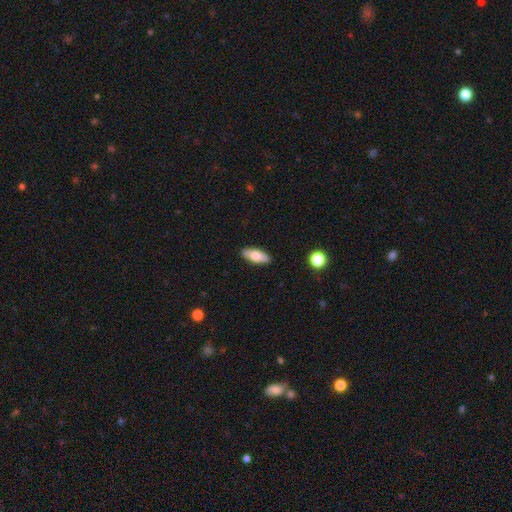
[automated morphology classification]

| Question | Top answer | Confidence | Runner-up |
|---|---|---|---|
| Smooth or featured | smooth | 72% | featured or disk (22%) |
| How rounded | in between | 78% | cigar-shaped (19%) |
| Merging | none | 89% | minor disturbance (8%) |